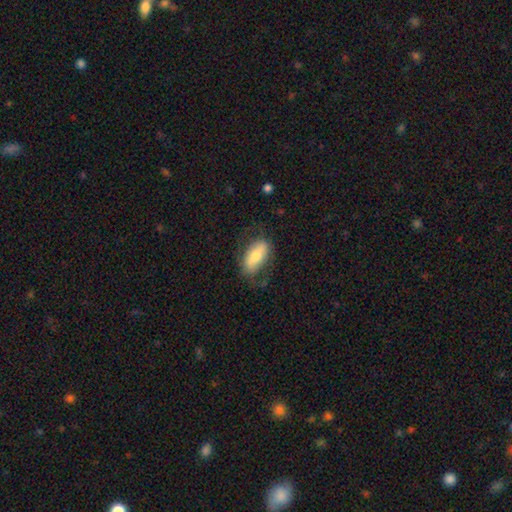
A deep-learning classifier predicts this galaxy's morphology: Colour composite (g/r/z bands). It shows a smooth galaxy with no disk features (65%) that is in between round and cigar-shaped (87%). Merging: none (66%).